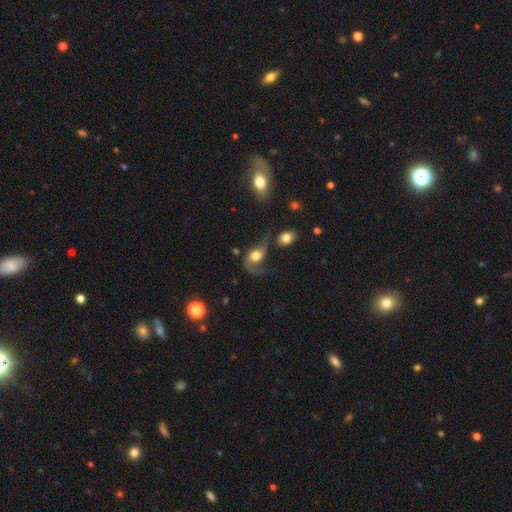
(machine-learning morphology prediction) This is likely a featured or disk galaxy (63%). It is clearly not viewed edge-on (96%). Bar: likely no (70%). Spiral arm pattern: clearly yes (86%). Spiral arm count: likely 2 (71%). Spiral winding: likely loose (74%). Central bulge: marginally moderate (45%). Merging: marginally major disturbance (35%).